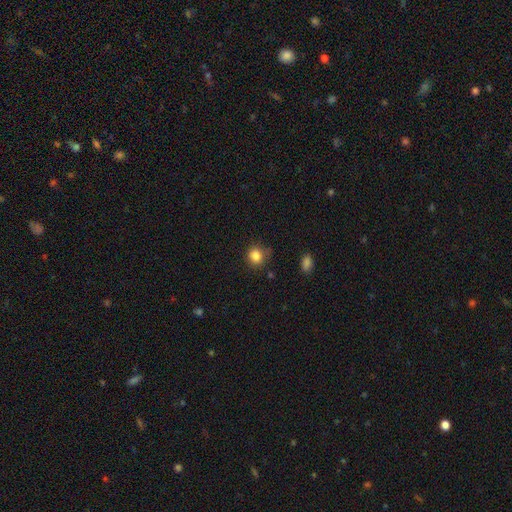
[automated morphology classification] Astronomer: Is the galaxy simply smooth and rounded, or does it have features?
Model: smooth — 84%.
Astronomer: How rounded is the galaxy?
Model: round — 80%.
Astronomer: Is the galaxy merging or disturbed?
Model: none — 76%.